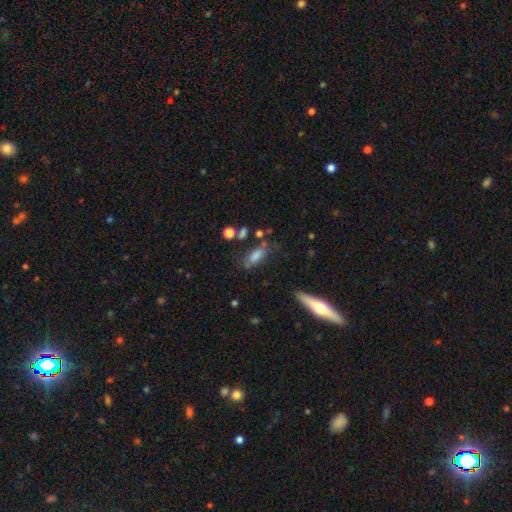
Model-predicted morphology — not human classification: Smooth or featured?
  - smooth: 70% *
  - featured or disk: 19%
  - star or artifact: 11%
How rounded?
  - in between: 72% *
  - cigar-shaped: 24%
  - round: 4%
Merging?
  - none: 61% *
  - minor disturbance: 21%
  - major disturbance: 10%
  - merger: 9%